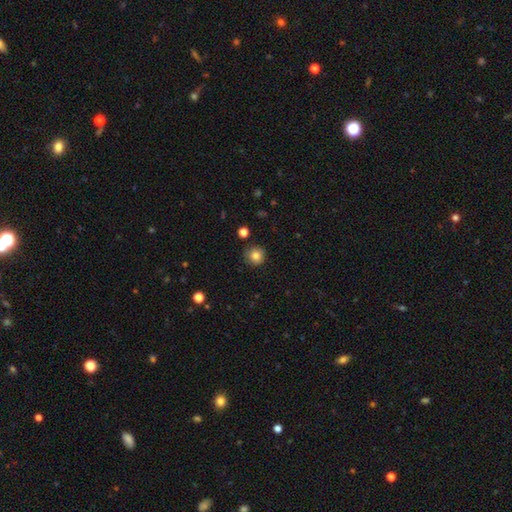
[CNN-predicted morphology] Q: Smooth or featured?
A: smooth (82%); runner-up: star or artifact (11%)
Q: How rounded?
A: round (93%); runner-up: in between (6%)
Q: Merging?
A: none (85%); runner-up: minor disturbance (10%)